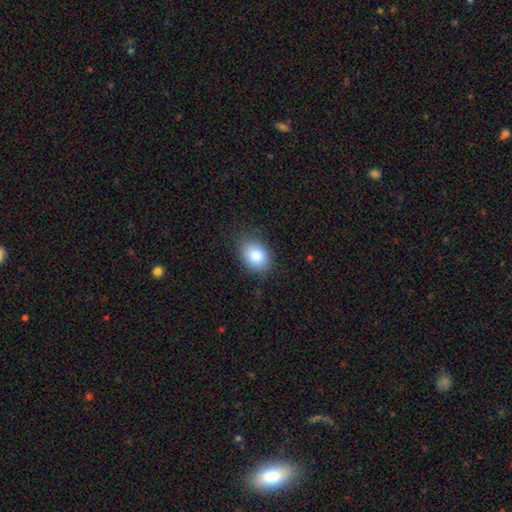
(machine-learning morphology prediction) Smooth or featured? Predicted: smooth (p=0.84). How rounded? Predicted: in between (p=0.72). Merging? Predicted: none (p=0.83).